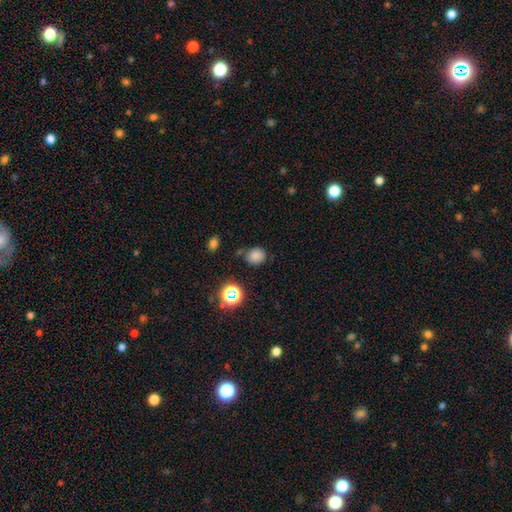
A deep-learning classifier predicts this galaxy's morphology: This is likely a smooth galaxy (79%). How rounded: likely round (76%). Merging: likely none (73%).